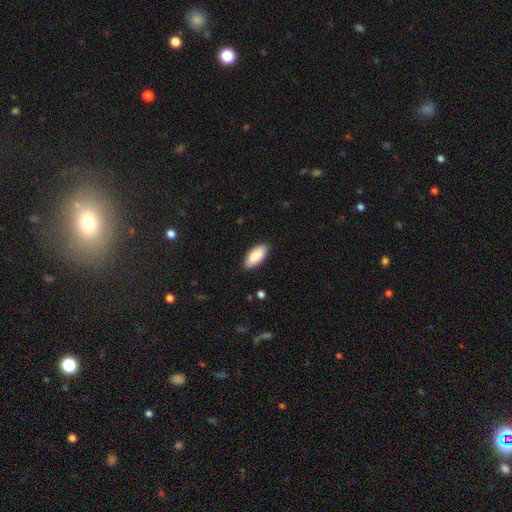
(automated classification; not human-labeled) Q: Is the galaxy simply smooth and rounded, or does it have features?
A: smooth — 88%.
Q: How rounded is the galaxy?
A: in between — 91%.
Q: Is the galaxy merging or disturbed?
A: none — 87%.